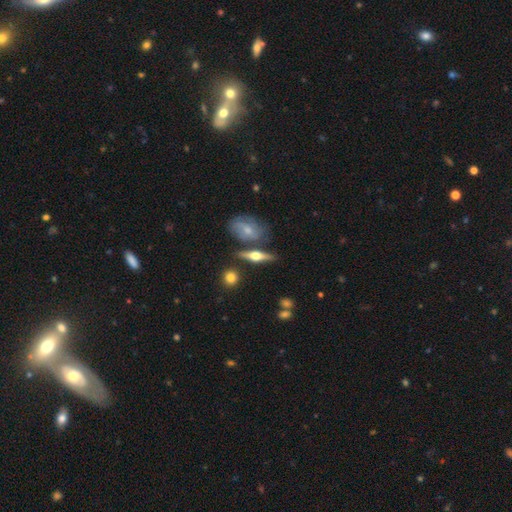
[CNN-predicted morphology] This is likely a featured or disk galaxy (65%). It is clearly viewed edge-on (93%). Edge-on bulge: clearly rounded (94%). Merging: likely none (75%).